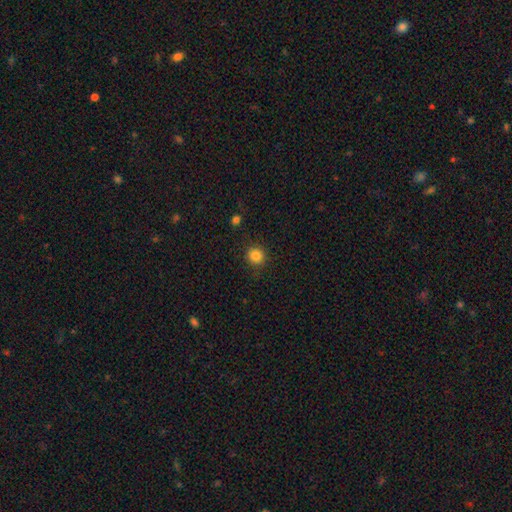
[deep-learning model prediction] Overall: smooth (84%). How rounded: round (93%). Merging: none (90%).